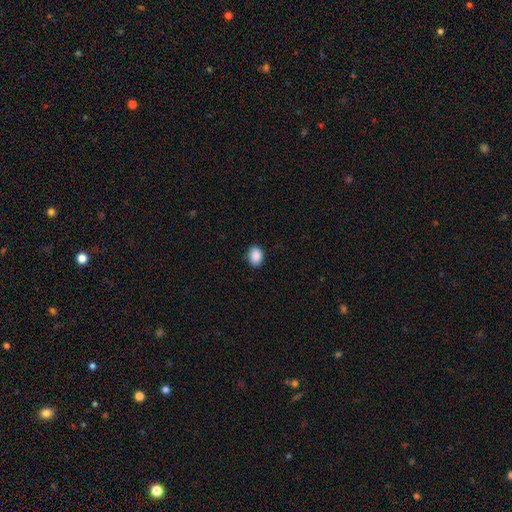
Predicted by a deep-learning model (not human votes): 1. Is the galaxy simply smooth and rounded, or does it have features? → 89% smooth, 8% star or artifact, 3% featured or disk.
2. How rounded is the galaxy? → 65% in between, 34% round, 1% cigar-shaped.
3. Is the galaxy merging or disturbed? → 88% none, 9% minor disturbance, 2% major disturbance, 1% merger.